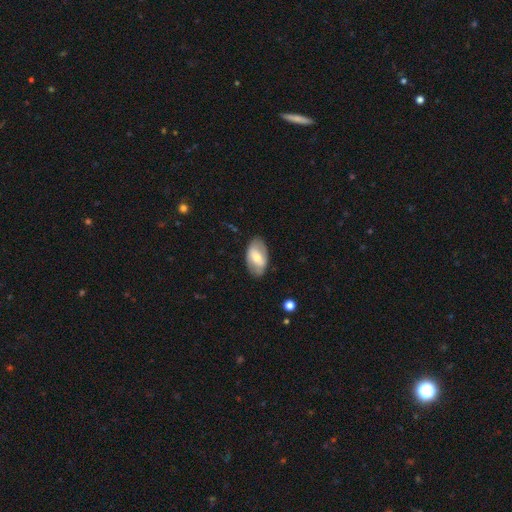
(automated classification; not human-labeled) featured or disk 50%, smooth 45%, star or artifact 6%. Down the decision tree: merging — none (78%).